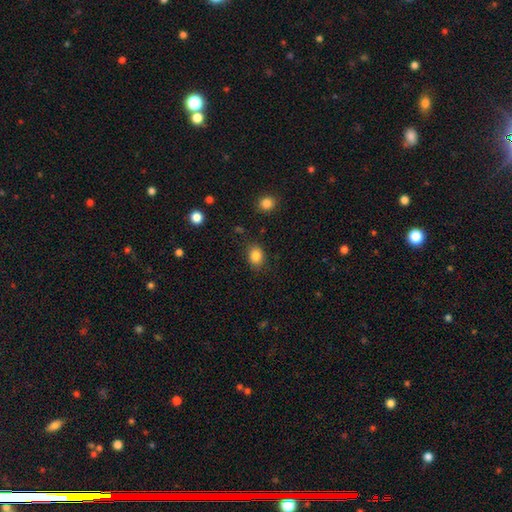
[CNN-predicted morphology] Smooth or featured? smooth (85%)
How rounded? in between (53%)
Merging? none (81%)